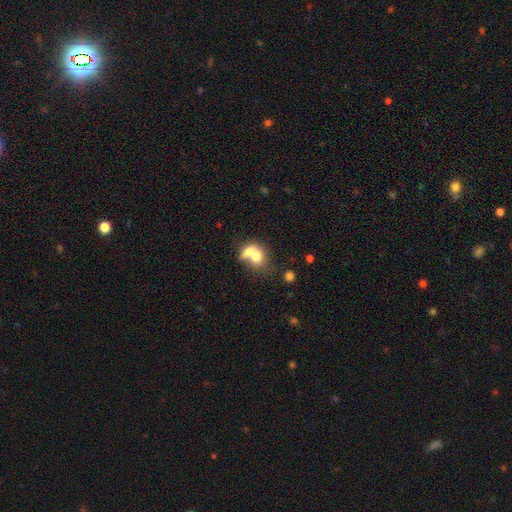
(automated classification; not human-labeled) This appears to be a smooth galaxy with no disk features (70%) that is in between round and cigar-shaped (59%). Merging: merger (67%).